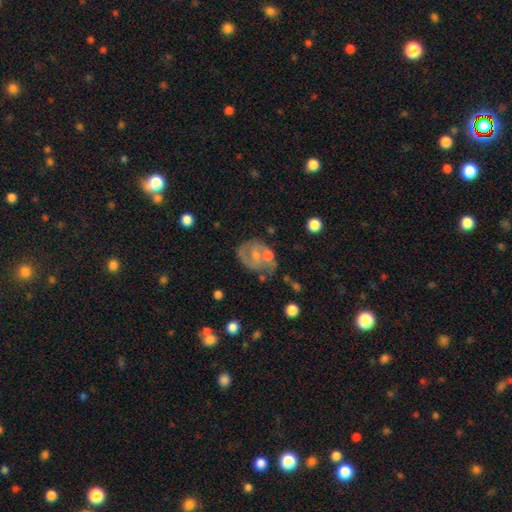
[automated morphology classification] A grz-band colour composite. It shows a featured or disk galaxy (62%) with no bar (59%), spiral arms (65%) and a moderate central bulge (45%). Merging: none (42%).